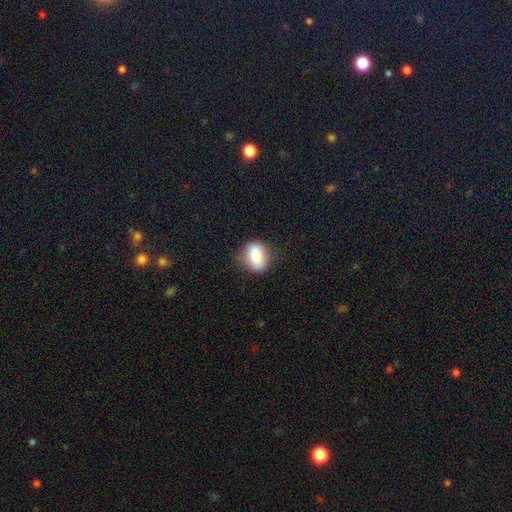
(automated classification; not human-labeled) A smooth galaxy with no disk features (84%) that is in between round and cigar-shaped (71%).

Vote fractions:
- Smooth or featured? smooth: 84% / featured or disk: 8% / star or artifact: 8%
- How rounded? in between: 71% / round: 26% / cigar-shaped: 3%
- Merging? none: 71% / minor disturbance: 22% / major disturbance: 6% / merger: 2%